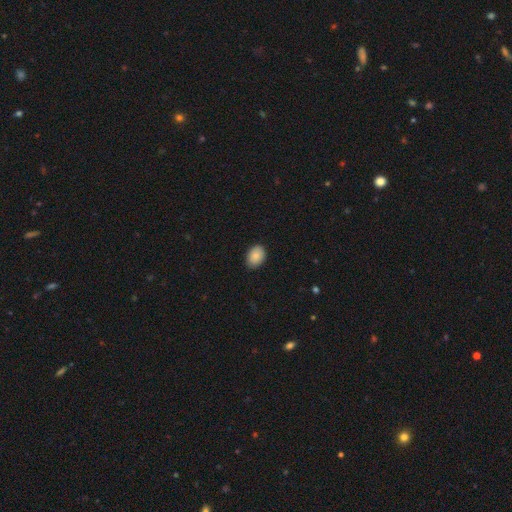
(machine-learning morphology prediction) smooth 85%, star or artifact 7%, featured or disk 7%. Down the decision tree: how rounded — in between (78%); merging — none (86%).